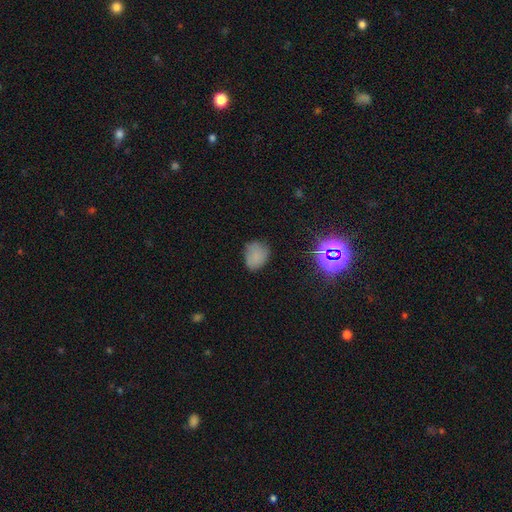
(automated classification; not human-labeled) smooth-or-featured: smooth: 75% | star or artifact: 17% | featured or disk: 8%
  how-rounded: round: 50% | in between: 49% | cigar-shaped: 1%
  merging: none: 69% | minor disturbance: 22% | major disturbance: 7% | merger: 2%